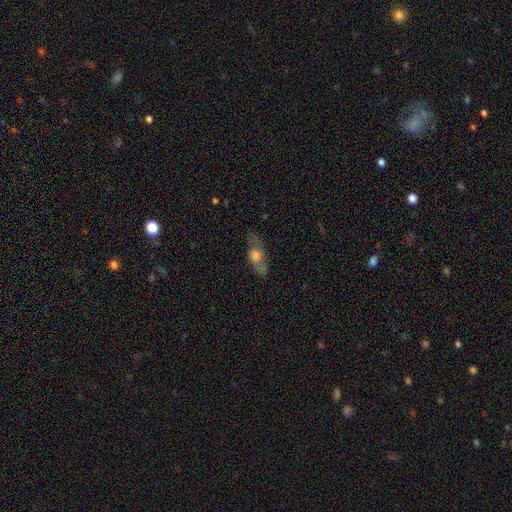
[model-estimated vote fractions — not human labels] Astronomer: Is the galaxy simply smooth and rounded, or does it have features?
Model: smooth — 51% (runner-up: featured or disk, 41%).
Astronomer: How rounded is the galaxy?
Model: in between — 54% (runner-up: cigar-shaped, 37%).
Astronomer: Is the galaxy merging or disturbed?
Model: none — 73%.